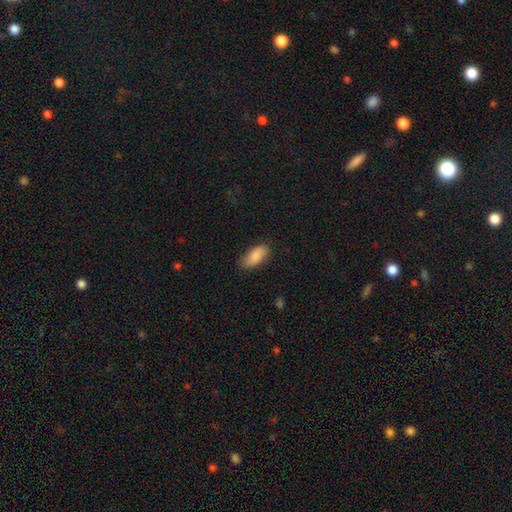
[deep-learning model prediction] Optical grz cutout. It shows a smooth galaxy with no disk features (87%) that is in between round and cigar-shaped (88%). Merging: none (80%).